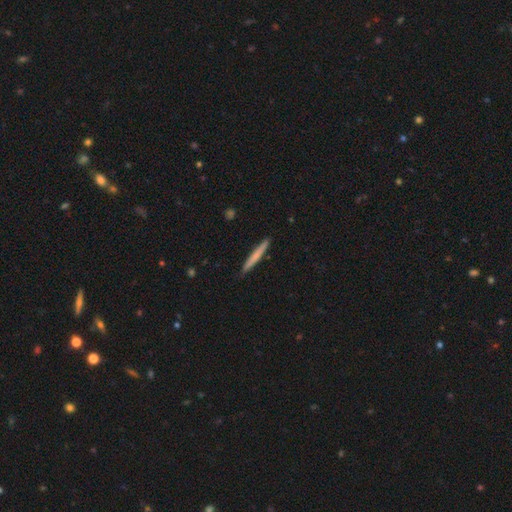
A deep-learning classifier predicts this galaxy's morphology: smooth 68%, featured or disk 27%, star or artifact 5%. Down the decision tree: how rounded — cigar-shaped (97%); merging — none (90%).